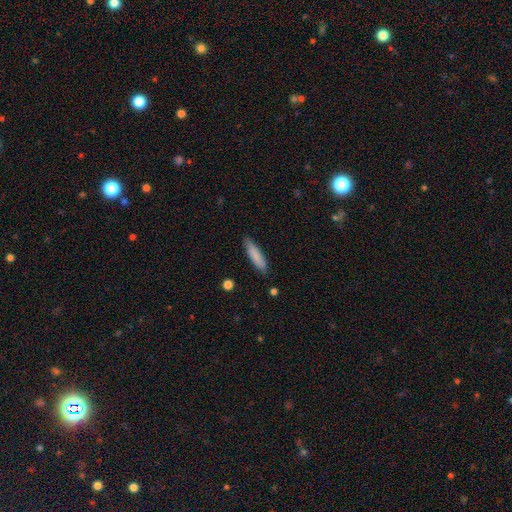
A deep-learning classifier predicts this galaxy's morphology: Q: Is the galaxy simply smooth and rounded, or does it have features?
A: smooth — 83%.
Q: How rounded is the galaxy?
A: cigar-shaped — 75%.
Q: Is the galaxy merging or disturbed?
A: none — 85%.